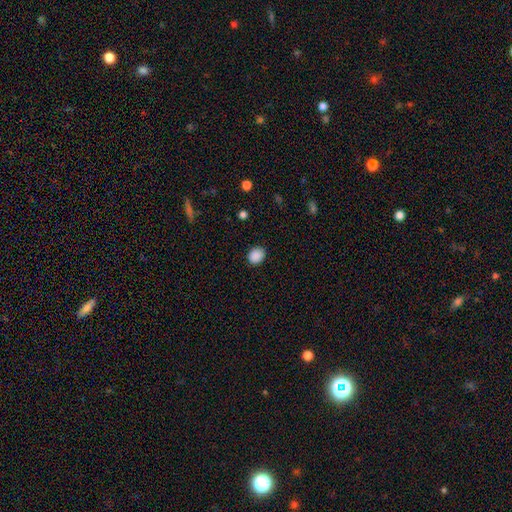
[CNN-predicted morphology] smooth 89%, star or artifact 9%, featured or disk 3%. Down the decision tree: how rounded — round (57%); merging — none (87%).